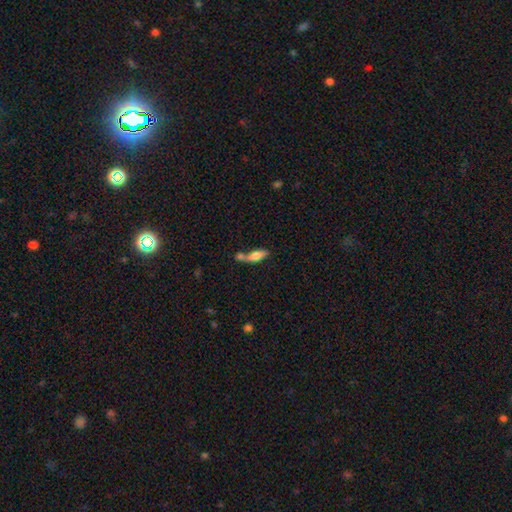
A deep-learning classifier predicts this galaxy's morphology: Smooth or featured? Predicted: smooth (p=0.64). How rounded? Predicted: in between (p=0.54). Merging? Predicted: merger (p=0.40, tied with none).